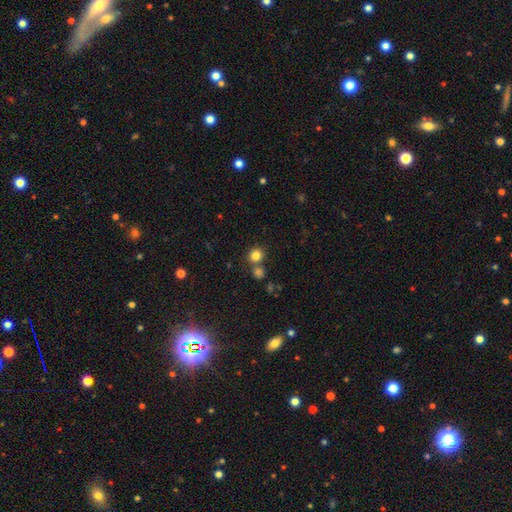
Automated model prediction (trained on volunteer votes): This is clearly a smooth galaxy (81%). How rounded: clearly round (87%). Merging: likely none (67%).